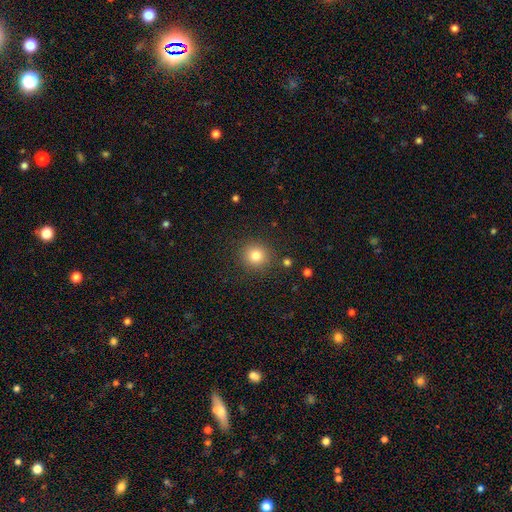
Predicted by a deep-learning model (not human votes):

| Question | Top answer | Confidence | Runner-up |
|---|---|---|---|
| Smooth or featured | smooth | 81% | star or artifact (12%) |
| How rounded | round | 92% | in between (7%) |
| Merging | none | 88% | minor disturbance (7%) |